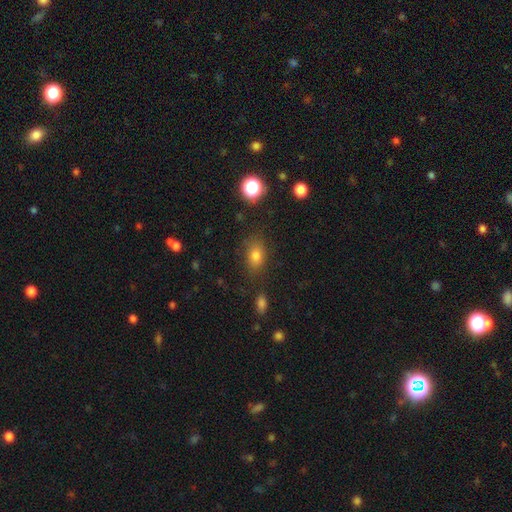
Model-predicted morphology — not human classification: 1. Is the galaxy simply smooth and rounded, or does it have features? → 77% smooth, 15% star or artifact, 9% featured or disk.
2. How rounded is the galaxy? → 73% in between, 25% round, 2% cigar-shaped.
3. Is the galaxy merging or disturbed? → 78% none, 14% minor disturbance, 5% major disturbance, 3% merger.